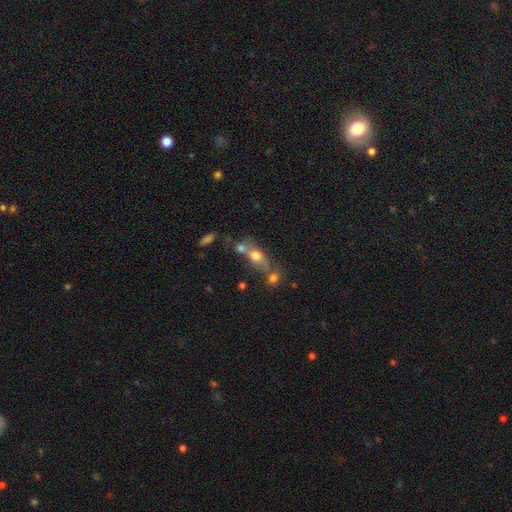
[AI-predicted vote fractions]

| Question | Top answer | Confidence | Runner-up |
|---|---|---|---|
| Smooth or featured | smooth | 67% | featured or disk (22%) |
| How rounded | in between | 65% | round (26%) |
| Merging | merger | 46% | none (33%) |